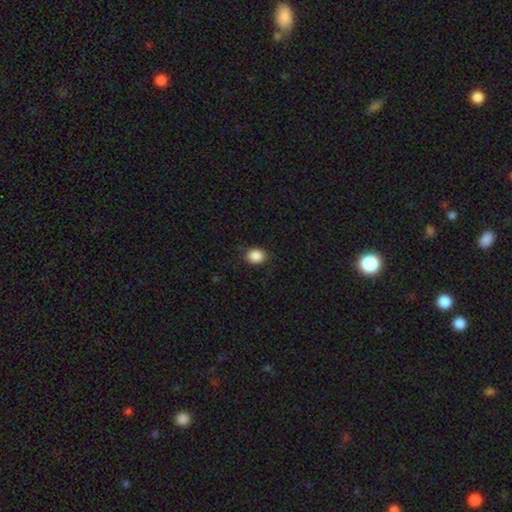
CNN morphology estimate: The model was most divided on "how rounded": round: 53%, in between: 46%, cigar-shaped: 1%. More confident: smooth or featured — smooth (88%); merging — none (87%).